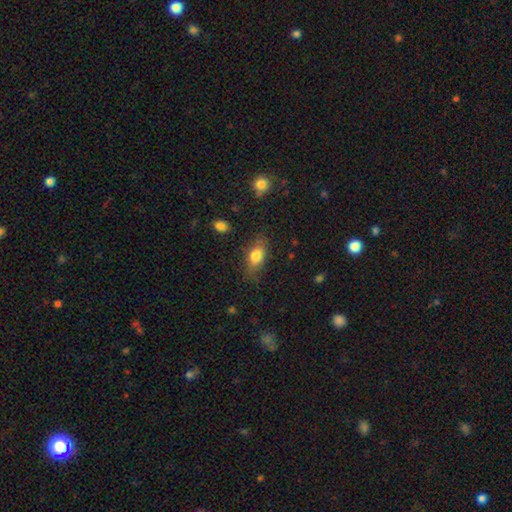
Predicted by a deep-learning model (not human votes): A smooth galaxy with no disk features (79%) that is in between round and cigar-shaped (84%). Merging: none (73%).